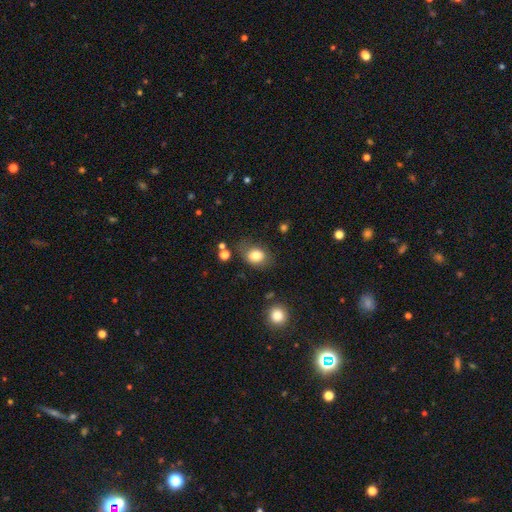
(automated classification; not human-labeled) This appears to be a smooth galaxy with no disk features (80%) that is in between round and cigar-shaped (59%). Merging: none (69%).